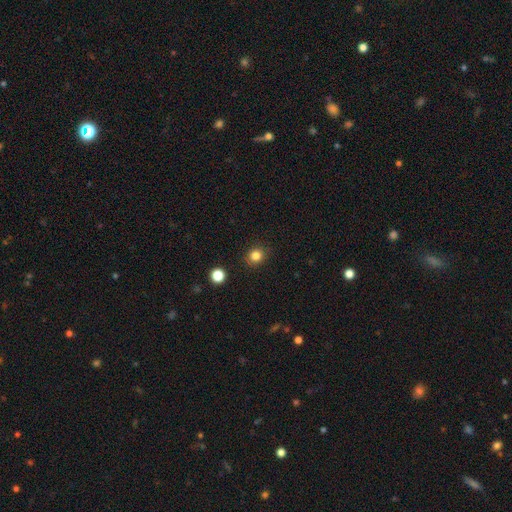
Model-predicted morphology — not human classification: Smooth or featured? Predicted: smooth (p=0.82). How rounded? Predicted: round (p=0.84). Merging? Predicted: none (p=0.89).